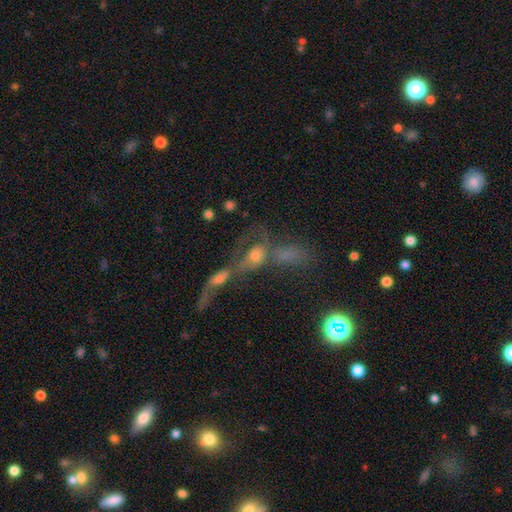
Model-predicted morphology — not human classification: Smooth or featured? smooth (38%)
Merging? merger (69%)